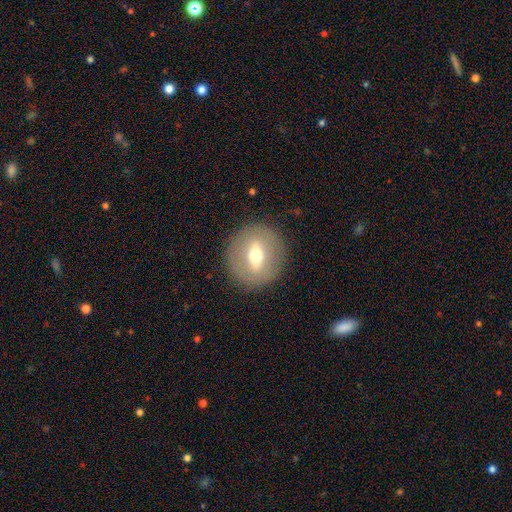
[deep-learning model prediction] Q: Smooth or featured?
A: featured or disk (48%); runner-up: smooth (43%)
Q: Merging?
A: none (88%); runner-up: minor disturbance (8%)